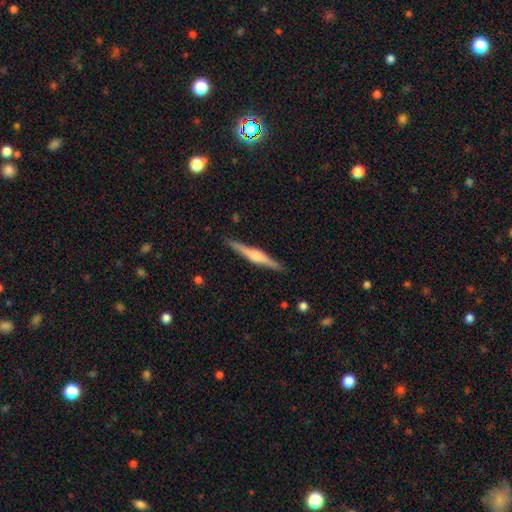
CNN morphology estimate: Smooth or featured? featured or disk (72%)
Edge-on disk? yes (98%)
Edge-on bulge? rounded (81%)
Merging? none (91%)